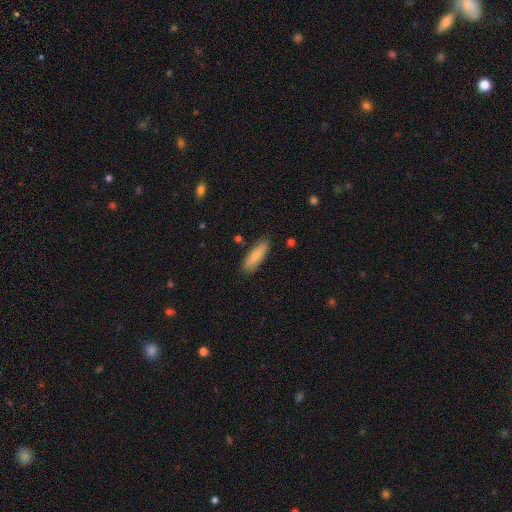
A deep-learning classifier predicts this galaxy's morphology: Q: Smooth or featured?
A: smooth (71%); runner-up: featured or disk (23%)
Q: How rounded?
A: cigar-shaped (54%); runner-up: in between (44%)
Q: Merging?
A: none (83%); runner-up: minor disturbance (12%)